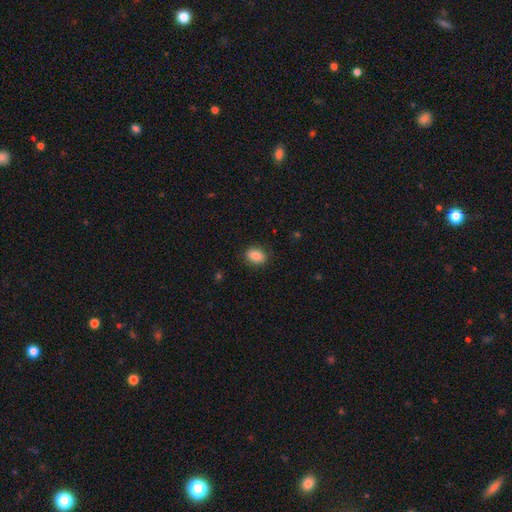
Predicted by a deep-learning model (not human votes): Overall: smooth (86%). How rounded: in between (68%; round 31%). Merging: none (86%).